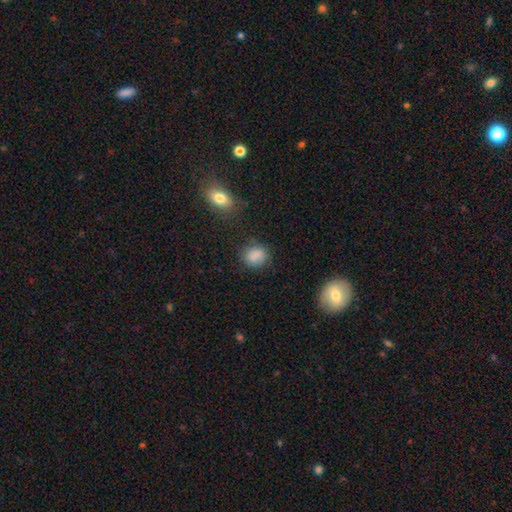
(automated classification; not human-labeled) Smooth or featured?
  - smooth: 84% *
  - star or artifact: 10%
  - featured or disk: 6%
How rounded?
  - round: 61% *
  - in between: 37%
  - cigar-shaped: 1%
Merging?
  - none: 75% *
  - minor disturbance: 17%
  - major disturbance: 5%
  - merger: 3%